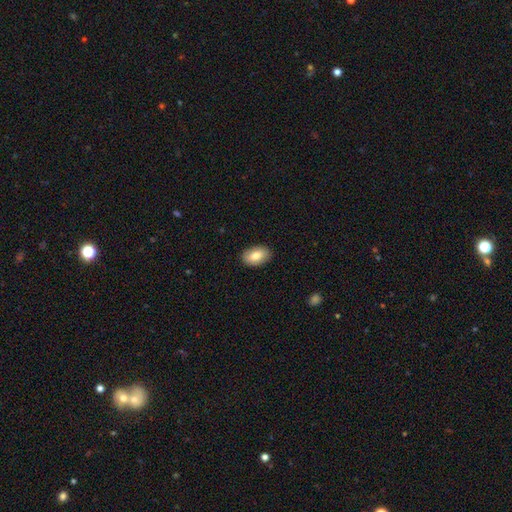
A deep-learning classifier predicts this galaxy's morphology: A smooth galaxy with no disk features (79%) that is in between round and cigar-shaped (91%). Merging: none (88%).